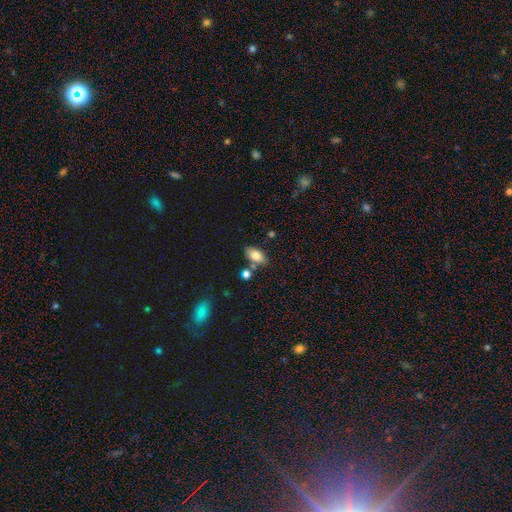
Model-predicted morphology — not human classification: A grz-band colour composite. It shows a smooth galaxy with no disk features (79%) that is in between round and cigar-shaped (91%). Merging: none (73%).